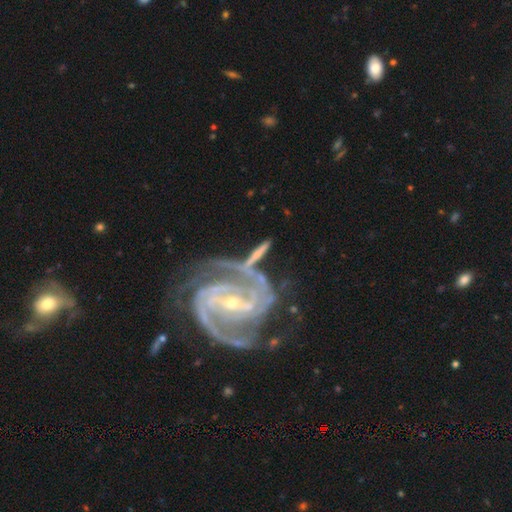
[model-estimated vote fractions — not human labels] Q: Smooth or featured?
A: featured or disk (80%); runner-up: smooth (13%)
Q: Edge-on disk?
A: no (85%); runner-up: yes (15%)
Q: Bar?
A: strong (42%); runner-up: weak (30%)
Q: Spiral arms?
A: yes (92%); runner-up: no (8%)
Q: Spiral winding?
A: tight (52%); runner-up: medium (36%)
Q: Spiral arm count?
A: 2 (59%); runner-up: 3 (15%)
Q: Bulge size?
A: small (69%); runner-up: moderate (25%)
Q: Merging?
A: none (50%); runner-up: merger (21%)